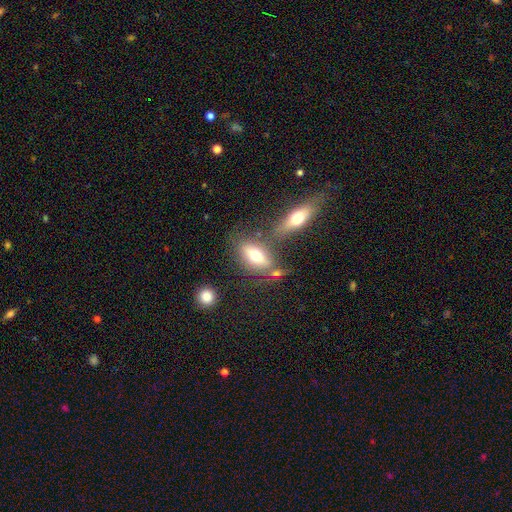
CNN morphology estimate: Overall: smooth (63%; featured or disk 27%). How rounded: in between (78%). Merging: none (57%; merger 21%).